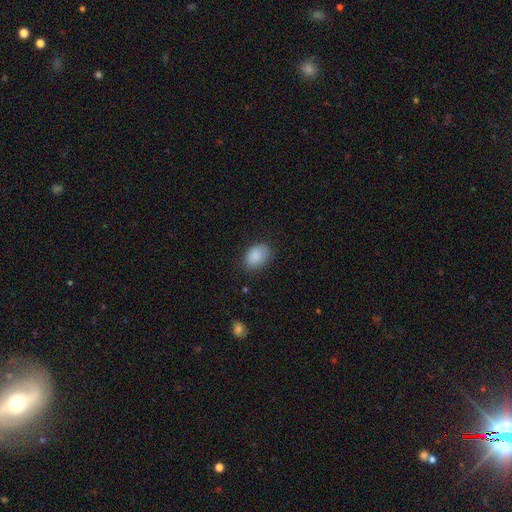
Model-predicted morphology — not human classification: Smooth or featured: smooth — 88% (star or artifact — 8%)
How rounded: in between — 78% (round — 20%)
Merging: none — 79% (minor disturbance — 16%)